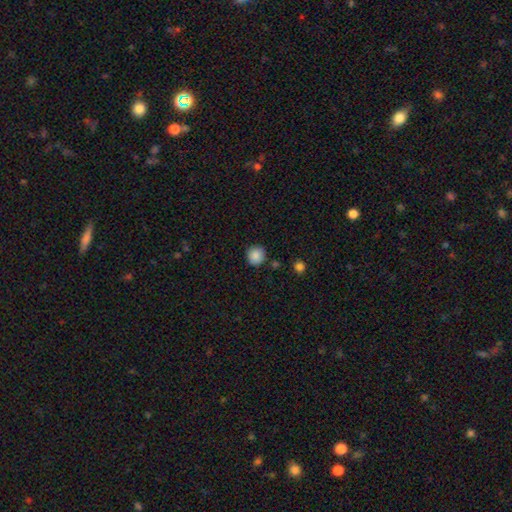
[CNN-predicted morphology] Q: Smooth or featured?
A: smooth (88%); runner-up: star or artifact (9%)
Q: How rounded?
A: round (92%); runner-up: in between (7%)
Q: Merging?
A: none (87%); runner-up: minor disturbance (8%)